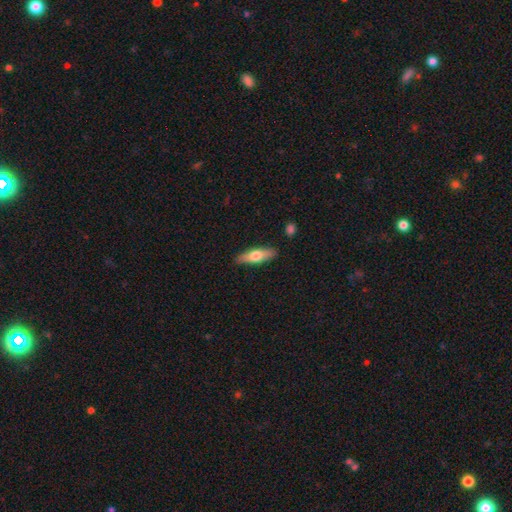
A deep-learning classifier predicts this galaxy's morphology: A smooth galaxy with no disk features (62%) that is cigar-shaped (49%, tied with in between). Merging: none (86%).